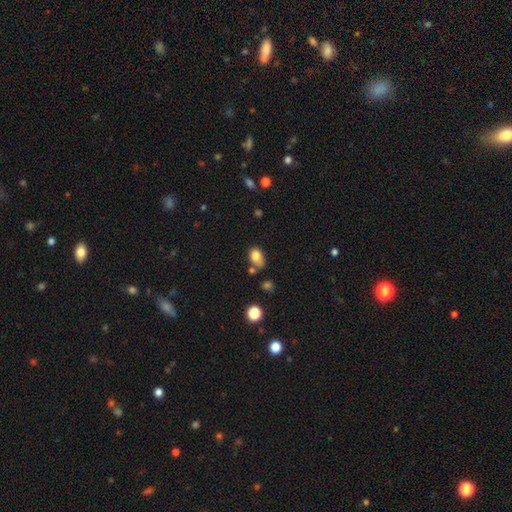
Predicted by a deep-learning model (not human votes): smooth_or_featured: smooth (p=0.79) [alt: star or artifact p=0.11]
how_rounded: in between (p=0.76) [alt: round p=0.23]
merging: none (p=0.42) [alt: minor disturbance p=0.29]